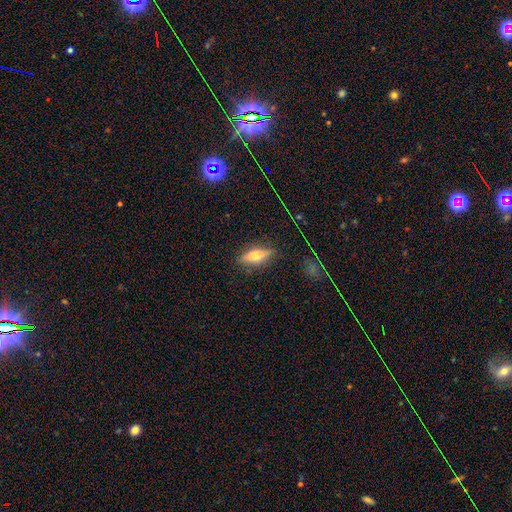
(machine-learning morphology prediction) The model was most divided on "how rounded": in between: 59%, cigar-shaped: 37%, round: 4%. More confident: merging — none (83%); smooth or featured — smooth (59%).